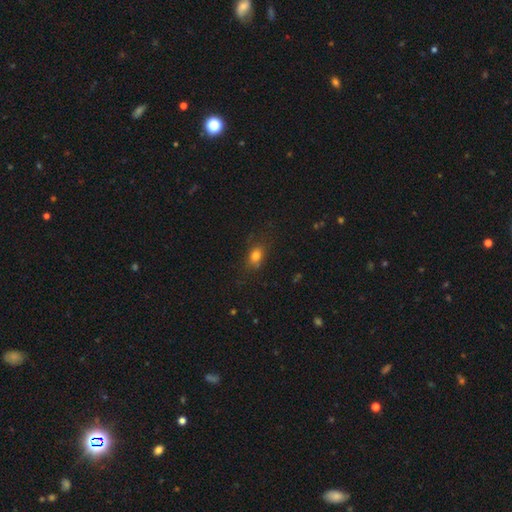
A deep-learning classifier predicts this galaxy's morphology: smooth-or-featured: smooth: 79% | star or artifact: 13% | featured or disk: 9%
  how-rounded: in between: 66% | round: 31% | cigar-shaped: 3%
  merging: none: 73% | minor disturbance: 19% | major disturbance: 6% | merger: 2%